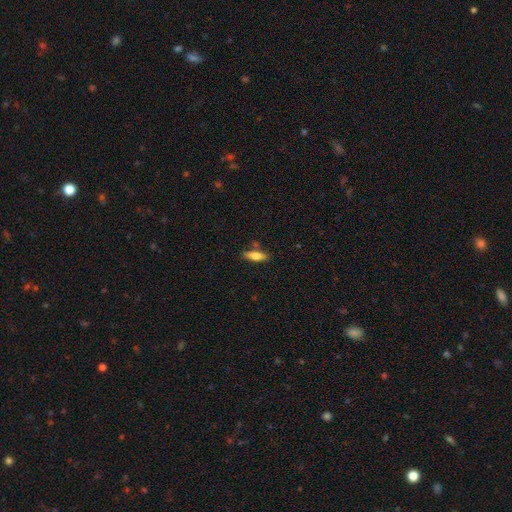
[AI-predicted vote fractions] This is likely a smooth galaxy (69%). How rounded: possibly cigar-shaped (55%). Merging: likely none (80%).